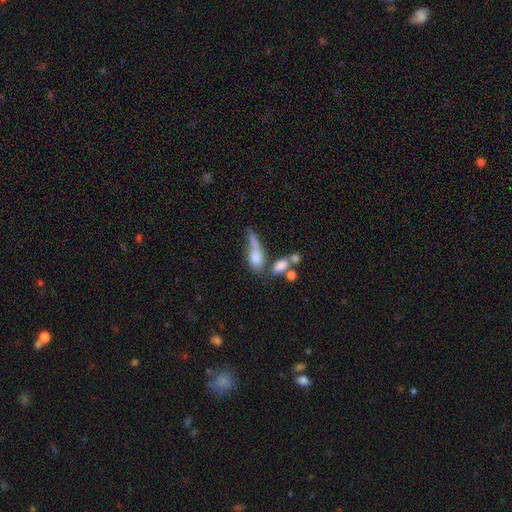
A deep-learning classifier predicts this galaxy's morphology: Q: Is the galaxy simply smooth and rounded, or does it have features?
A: smooth — 68%.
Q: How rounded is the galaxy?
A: in between — 63%.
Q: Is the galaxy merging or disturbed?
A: merger — 41%.